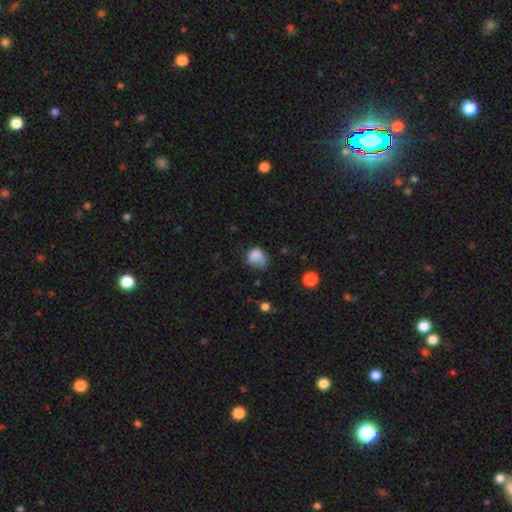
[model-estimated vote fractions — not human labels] A smooth galaxy with no disk features (77%) that is in between round and cigar-shaped (54%).

Vote fractions:
- Smooth or featured? smooth: 77% / featured or disk: 13% / star or artifact: 10%
- How rounded? in between: 54% / round: 44% / cigar-shaped: 1%
- Merging? minor disturbance: 36% / none: 34% / major disturbance: 26% / merger: 4%